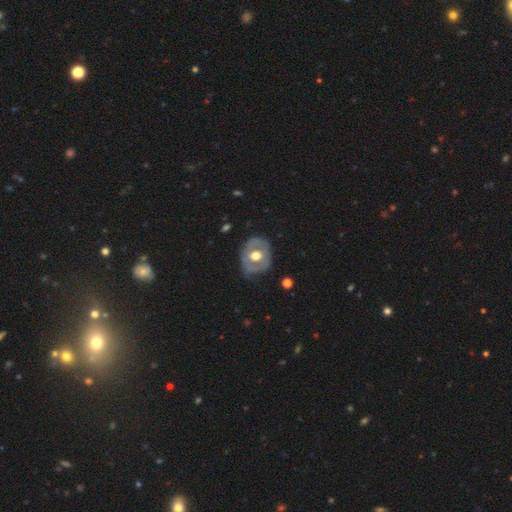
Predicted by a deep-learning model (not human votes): smooth-or-featured: featured or disk: 58% | smooth: 36% | star or artifact: 6%
  disk-edge-on: no: 94% | yes: 6%
    bar: no: 78% | weak: 16% | strong: 5%
    has-spiral-arms: no: 78% | yes: 22%
    bulge-size: moderate: 62% | large: 32% | small: 3% | dominant: 1% | none: 1%
  merging: none: 69% | minor disturbance: 22% | major disturbance: 7% | merger: 2%